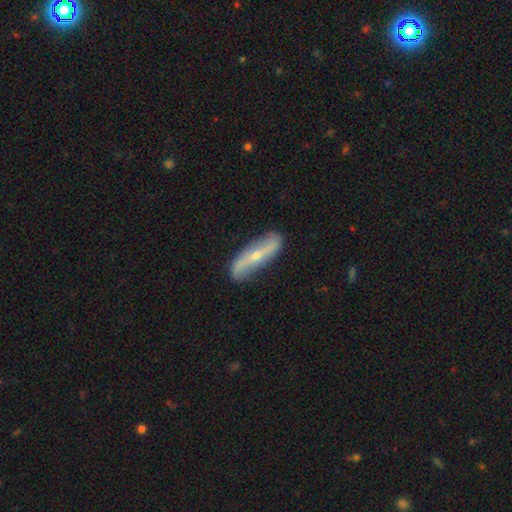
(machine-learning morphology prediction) The model was most divided on "edge-on disk": no: 68%, yes: 32%. More confident: merging — none (83%); smooth or featured — featured or disk (72%).